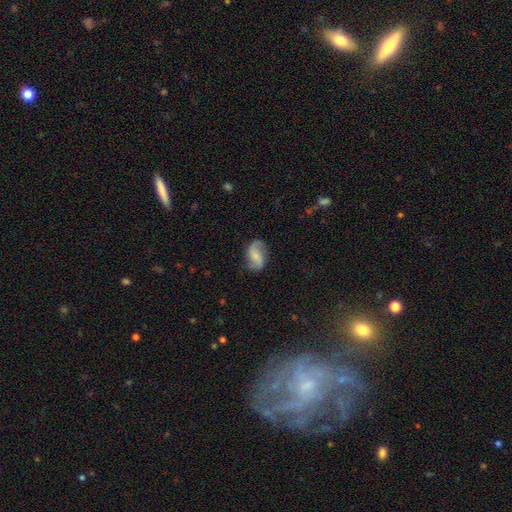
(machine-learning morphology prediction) Smooth or featured? Predicted: featured or disk (p=0.76). Edge-on disk? Predicted: no (p=0.97). Bar? Predicted: no (p=0.45). Spiral arms? Predicted: yes (p=0.95). Spiral winding? Predicted: loose (p=0.62). Spiral arm count? Predicted: 2 (p=0.92). Bulge size? Predicted: small (p=0.52). Merging? Predicted: none (p=0.77).